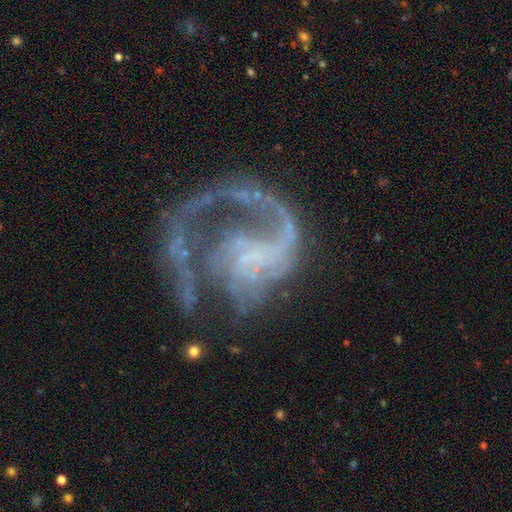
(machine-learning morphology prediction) type=featured or disk (84%); edge-on=no (98%); bar=no (62%); spiral arms=yes (85%); winding=loose (46%); arm count=1 (73%); bulge=none (63%); merging=major disturbance (49%).